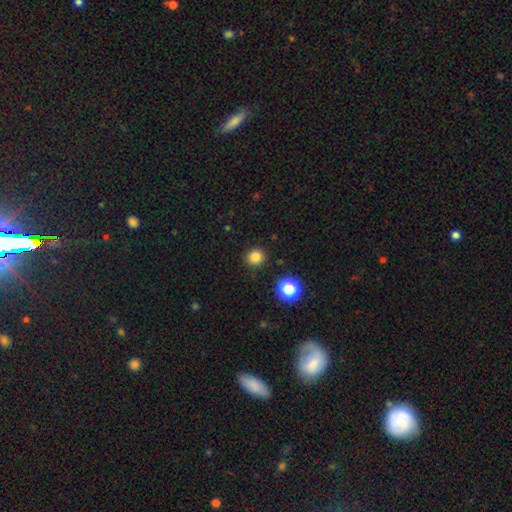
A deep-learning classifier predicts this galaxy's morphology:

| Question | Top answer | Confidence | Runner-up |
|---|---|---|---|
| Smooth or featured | smooth | 81% | star or artifact (14%) |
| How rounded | round | 92% | in between (7%) |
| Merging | none | 91% | minor disturbance (6%) |